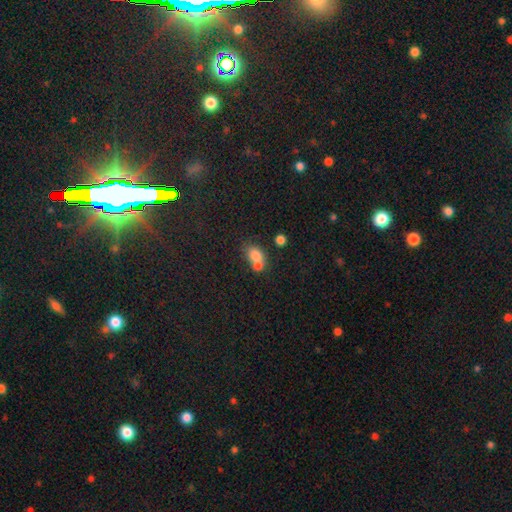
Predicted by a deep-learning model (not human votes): Smooth or featured? Predicted: smooth (p=0.77). How rounded? Predicted: in between (p=0.56). Merging? Predicted: merger (p=0.58).